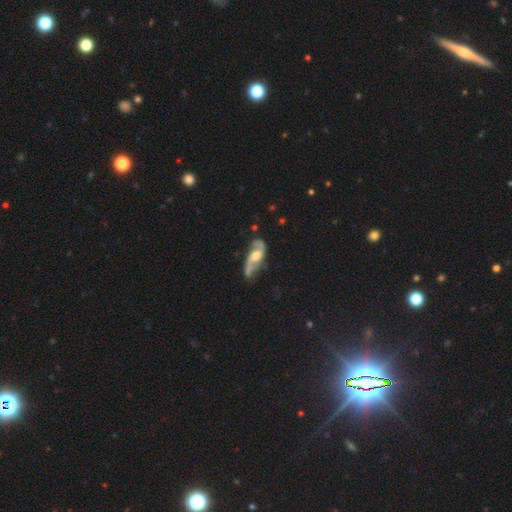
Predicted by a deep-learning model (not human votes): This is clearly a featured or disk galaxy (83%). It is clearly not viewed edge-on (91%). Bar: possibly no (51%). Spiral arm pattern: clearly yes (94%). Spiral arm count: clearly 2 (89%). Spiral winding: possibly loose (56%). Central bulge: likely moderate (63%). Merging: possibly none (58%).